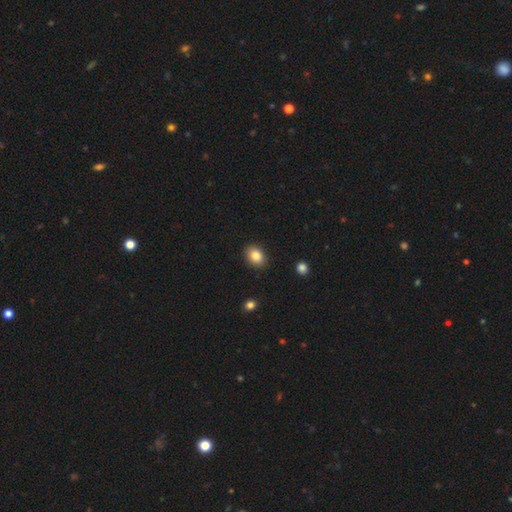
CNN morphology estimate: smooth-or-featured: smooth: 85% | star or artifact: 9% | featured or disk: 6%
  how-rounded: in between: 70% | round: 29% | cigar-shaped: 1%
  merging: none: 89% | minor disturbance: 8% | major disturbance: 2% | merger: 1%